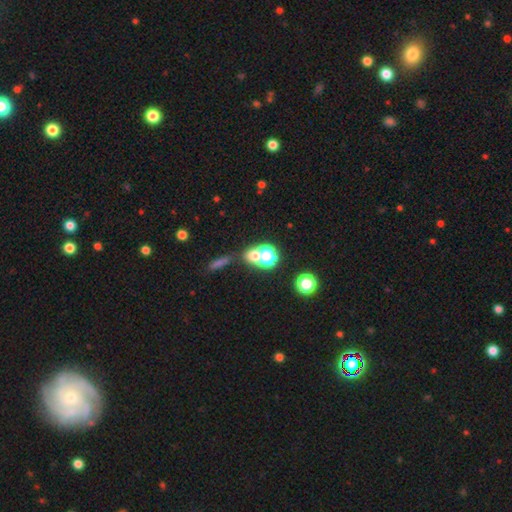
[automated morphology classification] A smooth galaxy with no disk features (61%) that is round (65%). Merging: merger (45%).